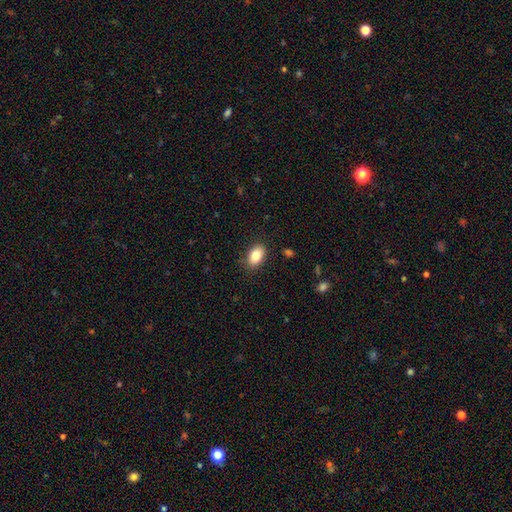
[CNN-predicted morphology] Smooth or featured? Predicted: smooth (p=0.84). How rounded? Predicted: in between (p=0.88). Merging? Predicted: none (p=0.86).